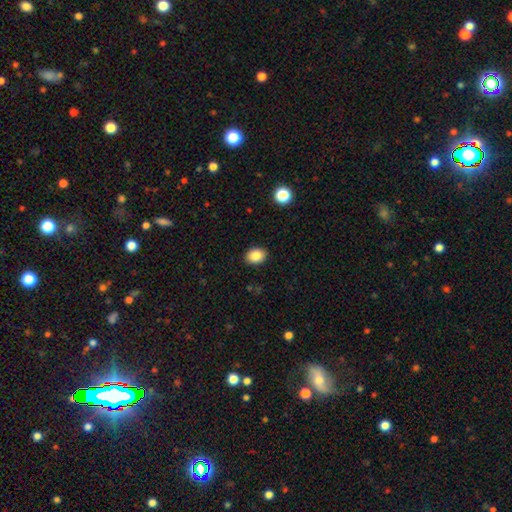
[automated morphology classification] A smooth galaxy with no disk features (86%) that is in between round and cigar-shaped (69%). Merging: none (90%).